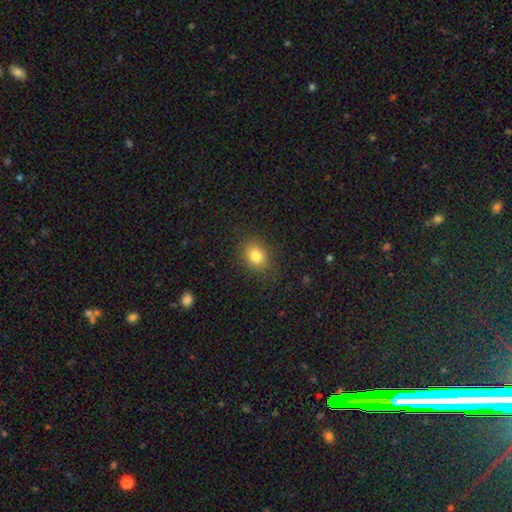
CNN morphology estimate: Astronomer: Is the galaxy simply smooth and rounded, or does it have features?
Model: smooth — 81%.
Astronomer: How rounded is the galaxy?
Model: round — 53% (runner-up: in between, 46%).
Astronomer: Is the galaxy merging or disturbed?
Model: none — 84%.